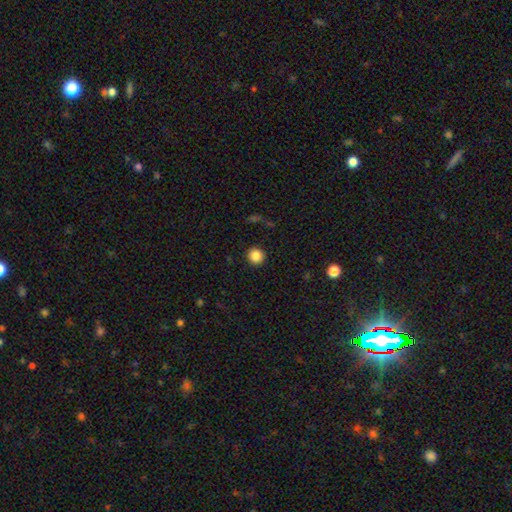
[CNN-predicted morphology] Overall: smooth (86%). How rounded: round (95%). Merging: none (92%).